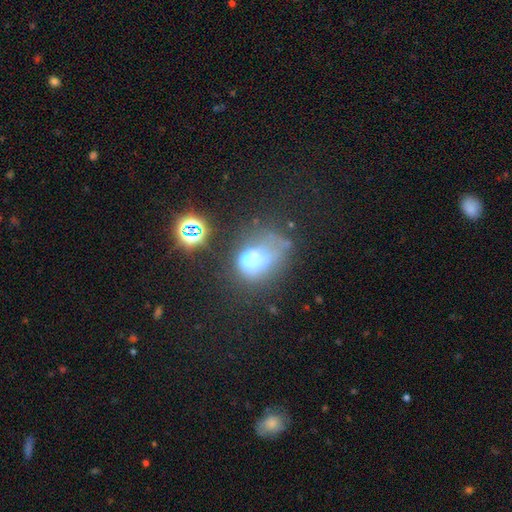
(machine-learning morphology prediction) Q: Smooth or featured?
A: smooth (43%); runner-up: featured or disk (36%)
Q: Merging?
A: major disturbance (37%); runner-up: merger (28%)